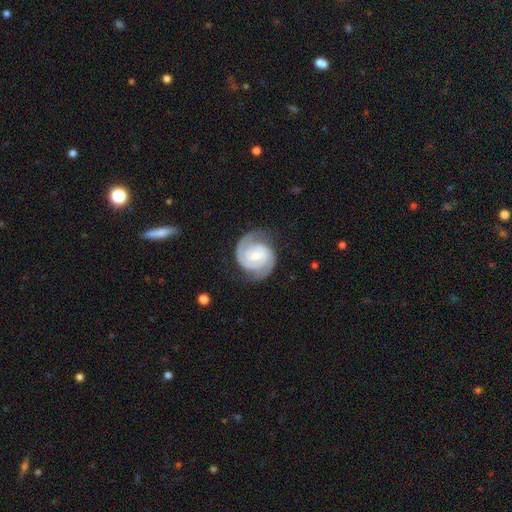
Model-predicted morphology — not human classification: A featured or disk galaxy (90%) with no bar (57%), 2 (91%) tight (68%) spiral arms (98%) and a small central bulge (57%).

Vote fractions:
- Smooth or featured? featured or disk: 90% / smooth: 6% / star or artifact: 4%
- Edge-on disk? no: 98% / yes: 2%
- Bar? no: 57% / weak: 33% / strong: 10%
- Spiral arms? yes: 98% / no: 2%
- Spiral winding? tight: 68% / medium: 28% / loose: 4%
- Spiral arm count? 2: 91% / can't tell: 3% / 3: 3% / 1: 2% / 4: 1% / more than 4: 1%
- Bulge size? small: 57% / moderate: 37% / none: 3% / large: 2% / dominant: 1%
- Merging? none: 78% / minor disturbance: 15% / major disturbance: 6% / merger: 1%